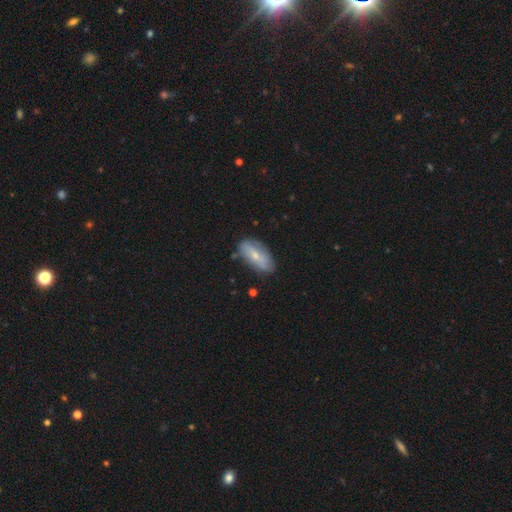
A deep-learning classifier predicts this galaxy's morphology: Smooth or featured? Predicted: smooth (p=0.53). How rounded? Predicted: in between (p=0.82). Merging? Predicted: none (p=0.71).